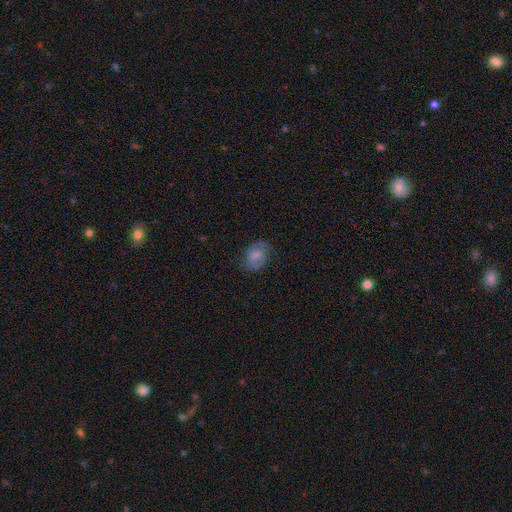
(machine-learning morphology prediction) Smooth or featured?
  - smooth: 59% *
  - featured or disk: 32%
  - star or artifact: 9%
How rounded?
  - in between: 71% *
  - round: 28%
  - cigar-shaped: 1%
Merging?
  - none: 68% *
  - minor disturbance: 22%
  - major disturbance: 9%
  - merger: 1%